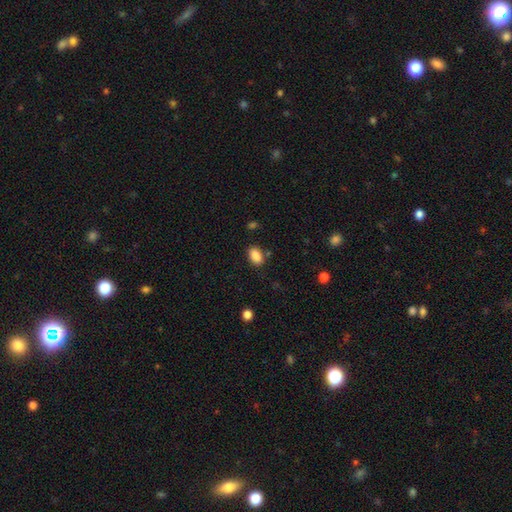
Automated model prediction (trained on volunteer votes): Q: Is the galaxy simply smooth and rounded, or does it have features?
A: smooth — 88%.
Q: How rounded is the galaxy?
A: in between — 89%.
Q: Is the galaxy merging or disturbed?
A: none — 83%.